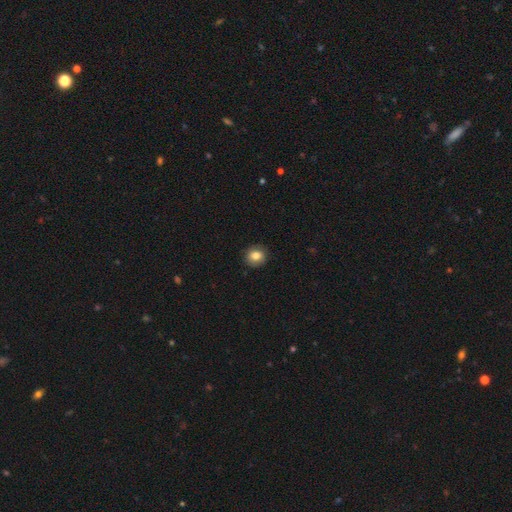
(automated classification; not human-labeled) Q: Smooth or featured?
A: smooth (82%); runner-up: featured or disk (9%)
Q: How rounded?
A: round (78%); runner-up: in between (21%)
Q: Merging?
A: none (88%); runner-up: minor disturbance (9%)